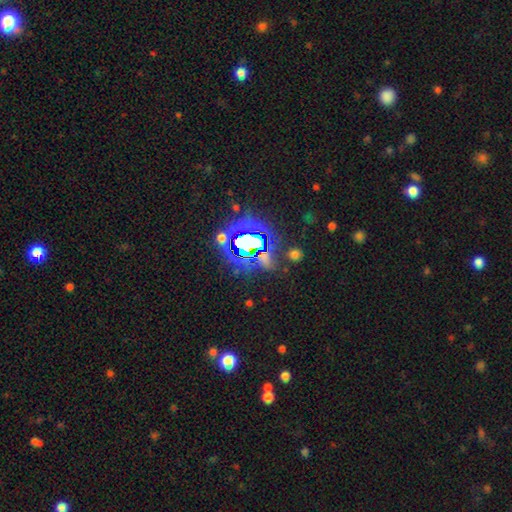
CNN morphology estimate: smooth_or_featured: star or artifact (p=0.73) [alt: smooth p=0.16]